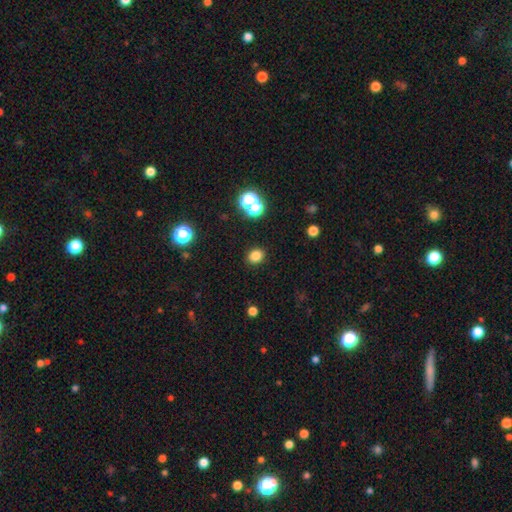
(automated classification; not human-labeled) Morphology: type=smooth (81%); roundness=round (53%); merging=none (87%).